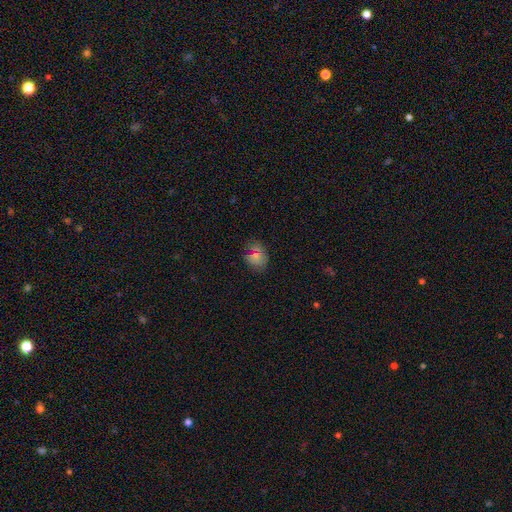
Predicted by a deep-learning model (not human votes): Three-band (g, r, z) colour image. It shows a smooth galaxy with no disk features (69%) that is in between round and cigar-shaped (59%). Merging: none (73%).